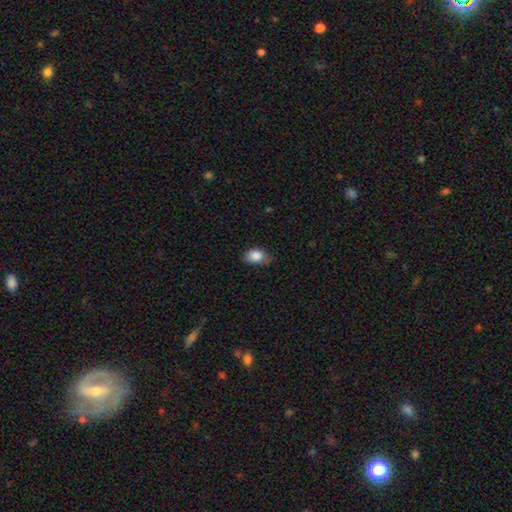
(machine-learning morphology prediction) Smooth or featured? smooth (87%)
How rounded? in between (81%)
Merging? none (61%)